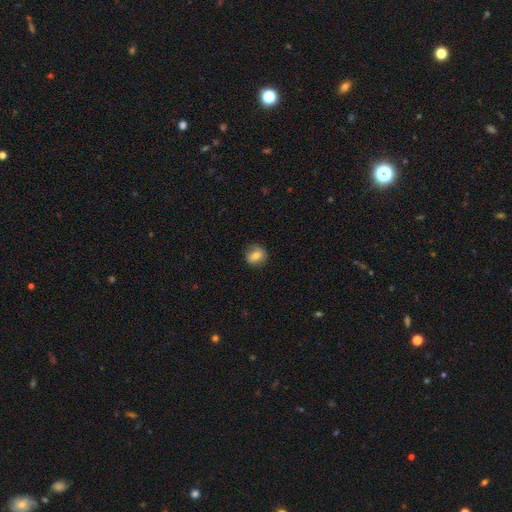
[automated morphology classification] A smooth galaxy with no disk features (69%) that is round (77%).

Vote fractions:
- Smooth or featured? smooth: 69% / featured or disk: 21% / star or artifact: 10%
- How rounded? round: 77% / in between: 22% / cigar-shaped: 1%
- Merging? none: 78% / minor disturbance: 17% / major disturbance: 5% / merger: 1%